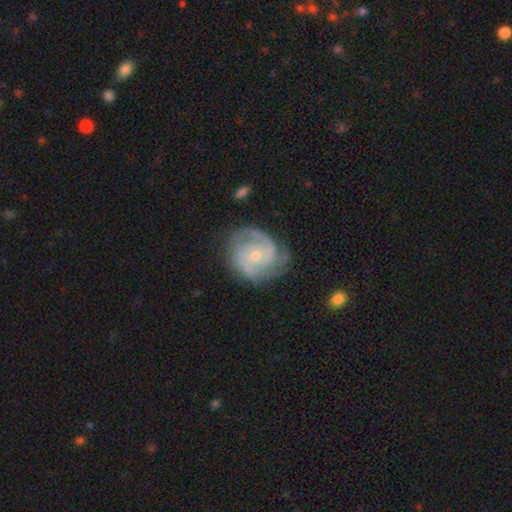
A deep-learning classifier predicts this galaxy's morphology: Smooth or featured? featured or disk (88%)
Edge-on disk? no (98%)
Bar? no (68%)
Spiral arms? yes (97%)
Spiral winding? tight (55%)
Spiral arm count? 2 (49%)
Bulge size? small (65%)
Merging? none (75%)